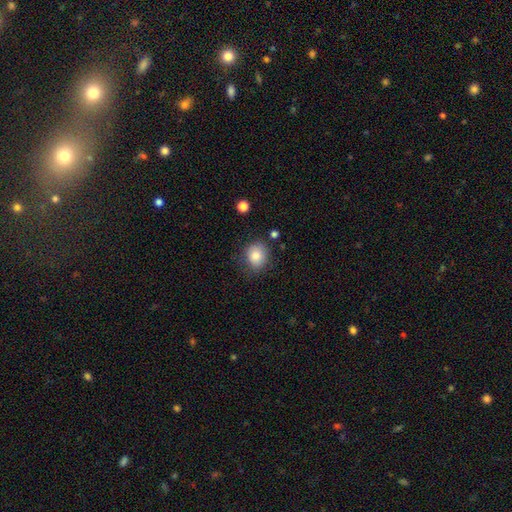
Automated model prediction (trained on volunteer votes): Smooth or featured? Predicted: smooth (p=0.83). How rounded? Predicted: round (p=0.65). Merging? Predicted: none (p=0.75).